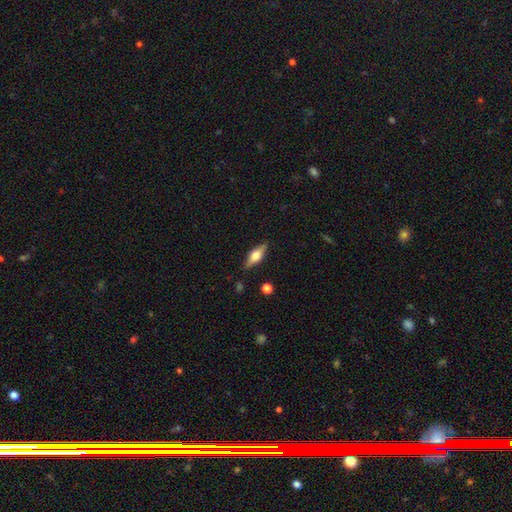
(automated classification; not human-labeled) smooth-or-featured: featured or disk: 51% | smooth: 42% | star or artifact: 7%
  disk-edge-on: yes: 92% | no: 8%
  merging: none: 86% | minor disturbance: 10% | major disturbance: 2% | merger: 2%